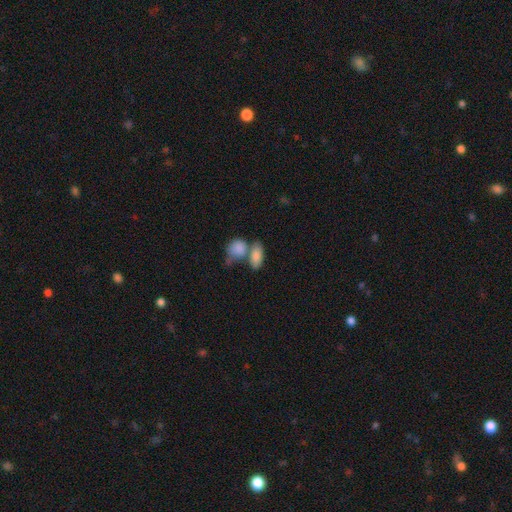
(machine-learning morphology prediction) This appears to be a smooth galaxy with no disk features (84%) that is in between round and cigar-shaped (86%). Merging: merger (49%).